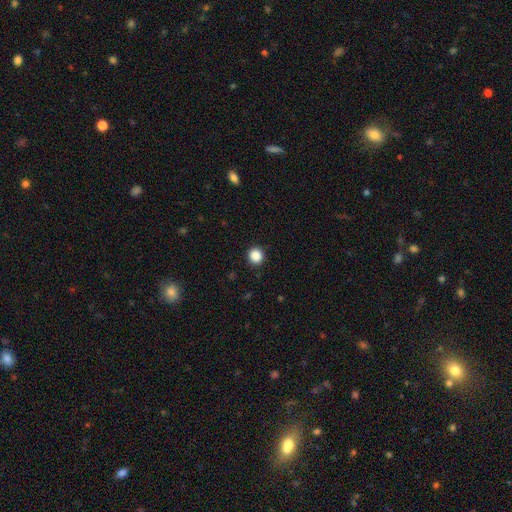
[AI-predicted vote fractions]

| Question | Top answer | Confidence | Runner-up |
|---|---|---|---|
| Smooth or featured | smooth | 88% | star or artifact (10%) |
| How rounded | round | 90% | in between (9%) |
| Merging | none | 92% | minor disturbance (5%) |